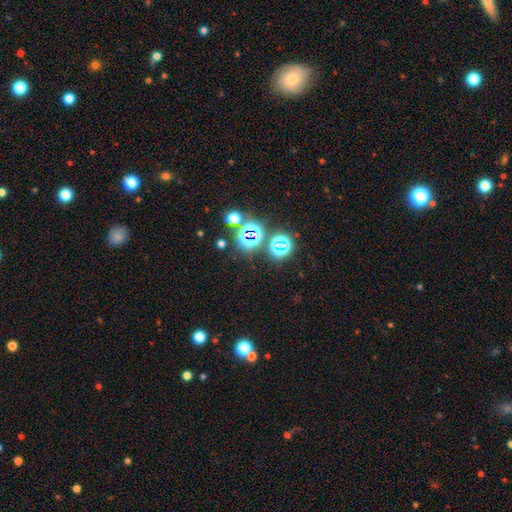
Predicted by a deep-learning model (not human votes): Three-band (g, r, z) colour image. It shows a star or artifact, not a galaxy (77%).